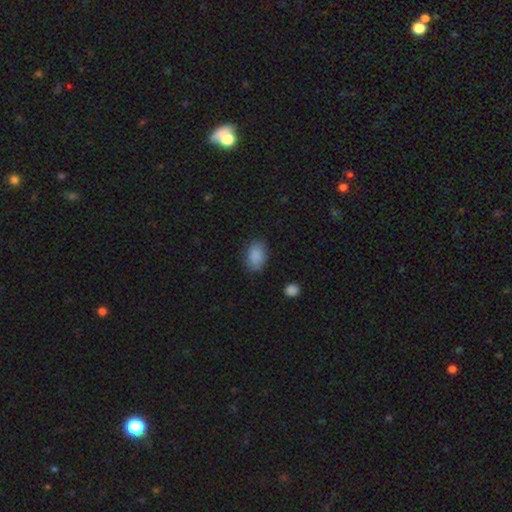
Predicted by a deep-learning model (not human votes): Smooth or featured? smooth (88%)
How rounded? in between (83%)
Merging? none (82%)